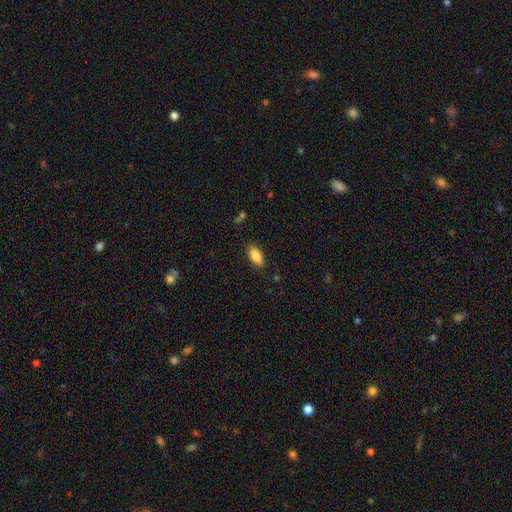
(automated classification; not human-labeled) This is clearly a smooth galaxy (87%). How rounded: clearly in between (87%). Merging: clearly none (85%).